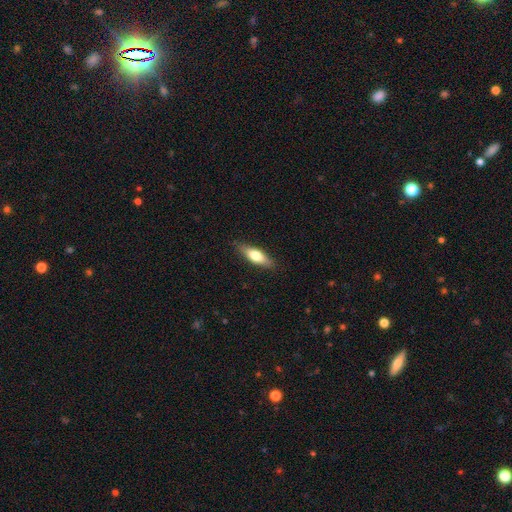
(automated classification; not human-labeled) Smooth or featured?
  - smooth: 60% *
  - featured or disk: 34%
  - star or artifact: 6%
How rounded?
  - cigar-shaped: 49% *
  - in between: 48%
  - round: 2%
Merging?
  - none: 85% *
  - minor disturbance: 11%
  - major disturbance: 2%
  - merger: 1%